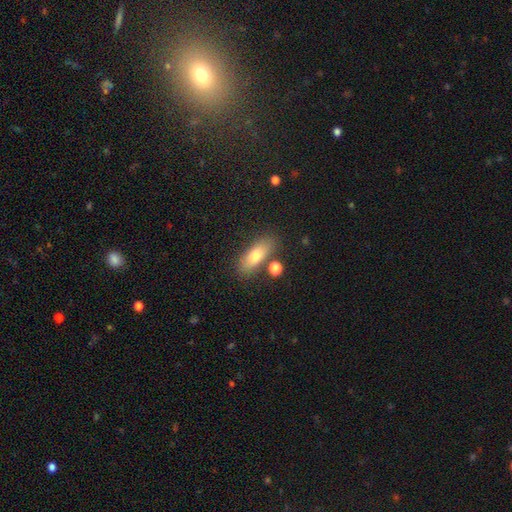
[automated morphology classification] A smooth galaxy with no disk features (73%) that is in between round and cigar-shaped (71%). Merging: none (79%).